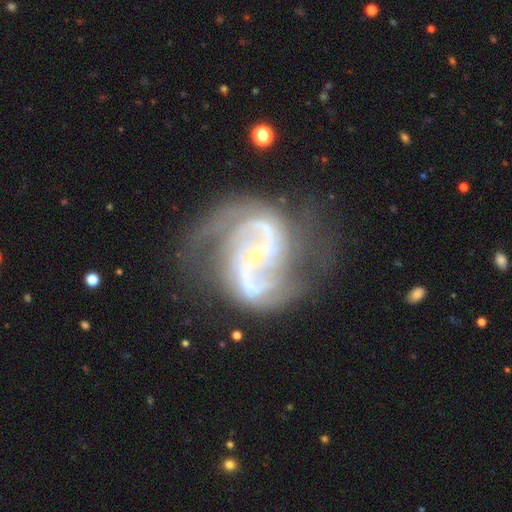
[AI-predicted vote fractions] The model was most divided on "bar": weak: 39%, no: 31%, strong: 31%. More confident: edge-on disk — no (98%); spiral arms — yes (97%); smooth or featured — featured or disk (90%); spiral arm count — 2 (86%); bulge size — small (80%); merging — none (59%); spiral winding — medium (53%).